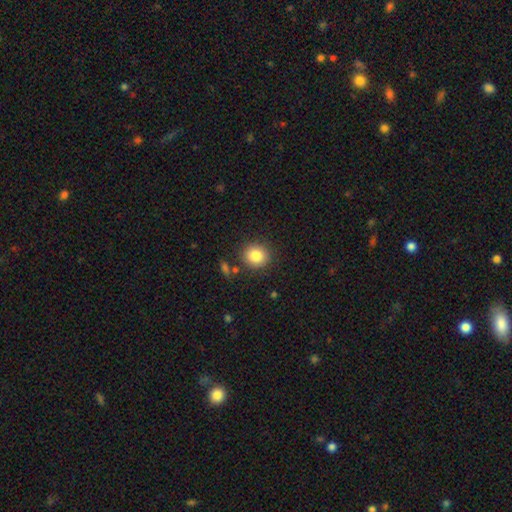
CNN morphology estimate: Smooth or featured? Predicted: smooth (p=0.84). How rounded? Predicted: round (p=0.85). Merging? Predicted: none (p=0.86).